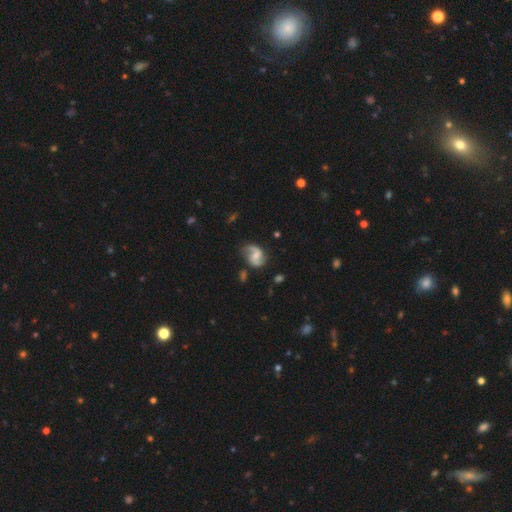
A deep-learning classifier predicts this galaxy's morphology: This appears to be a featured or disk galaxy (83%) with a weak bar (45%), 2 (90%) loose (51%) spiral arms (96%) and a small central bulge (43%). Merging: none (71%).